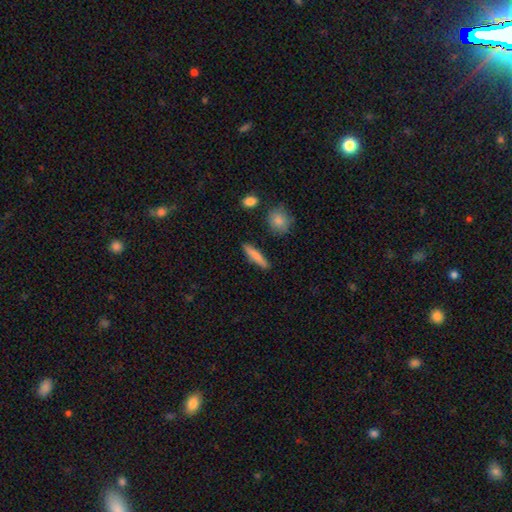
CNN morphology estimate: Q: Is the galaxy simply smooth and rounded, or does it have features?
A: smooth — 78%.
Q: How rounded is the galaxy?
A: cigar-shaped — 82%.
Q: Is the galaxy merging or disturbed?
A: none — 87%.